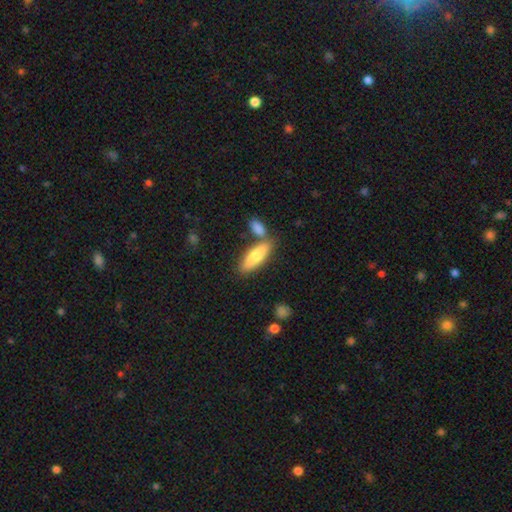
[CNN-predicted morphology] Q: Smooth or featured?
A: smooth (75%); runner-up: featured or disk (19%)
Q: How rounded?
A: in between (54%); runner-up: cigar-shaped (44%)
Q: Merging?
A: none (66%); runner-up: merger (20%)